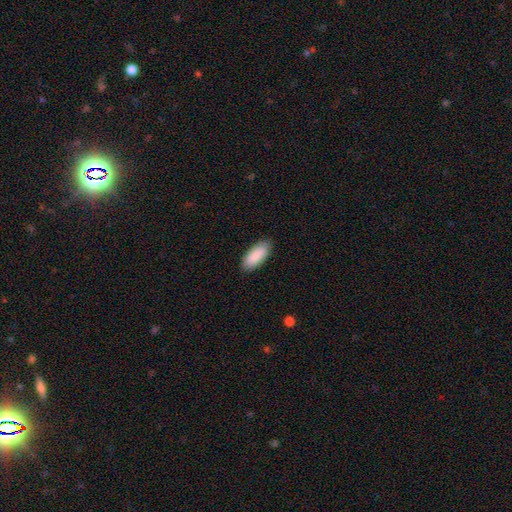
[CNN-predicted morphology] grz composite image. It shows a smooth galaxy with no disk features (90%) that is in between round and cigar-shaped (85%). Merging: none (87%).